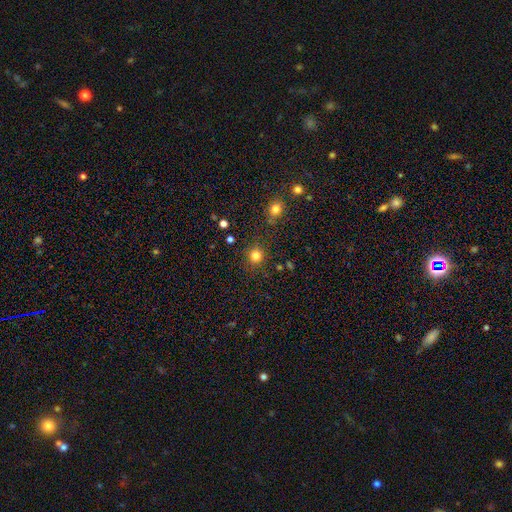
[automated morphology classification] Smooth or featured: smooth — 81% (star or artifact — 14%)
How rounded: round — 91% (in between — 8%)
Merging: none — 85% (minor disturbance — 8%)